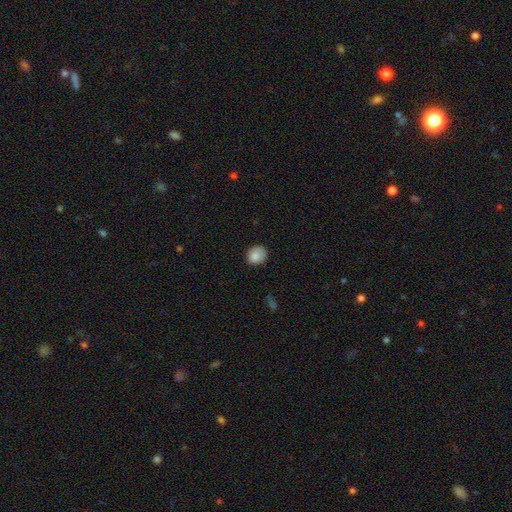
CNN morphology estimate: Q: Smooth or featured?
A: smooth (86%); runner-up: star or artifact (8%)
Q: How rounded?
A: round (73%); runner-up: in between (26%)
Q: Merging?
A: none (78%); runner-up: minor disturbance (17%)